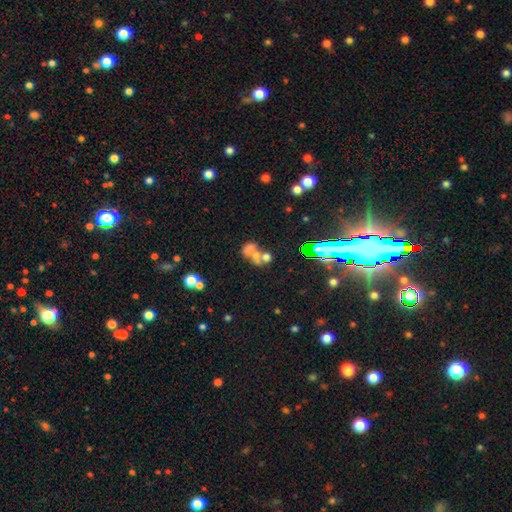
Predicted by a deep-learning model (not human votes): smooth 48%, featured or disk 29%, star or artifact 22%. Down the decision tree: merging — merger (56%).